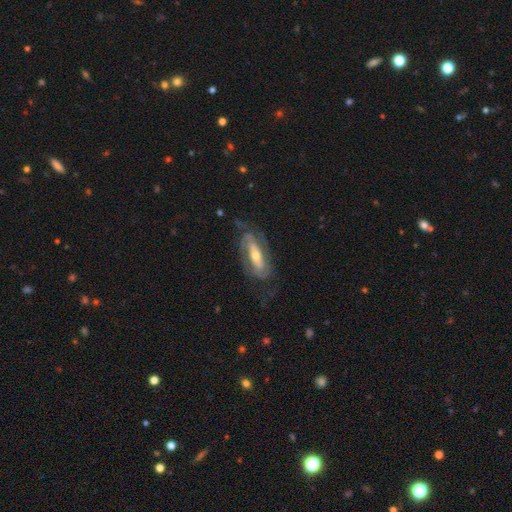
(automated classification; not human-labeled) The model was most divided on "spiral winding": tight: 44%, medium: 38%, loose: 18%. Remaining: edge-on disk — no (87%); spiral arms — yes (86%); smooth or featured — featured or disk (79%); spiral arm count — 2 (70%); merging — none (64%); bulge size — moderate (54%); bar — strong (43%).